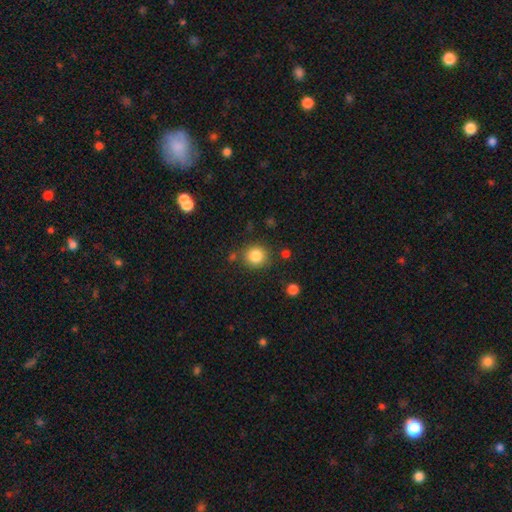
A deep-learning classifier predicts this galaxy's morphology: Smooth or featured? smooth (84%)
How rounded? round (89%)
Merging? none (82%)